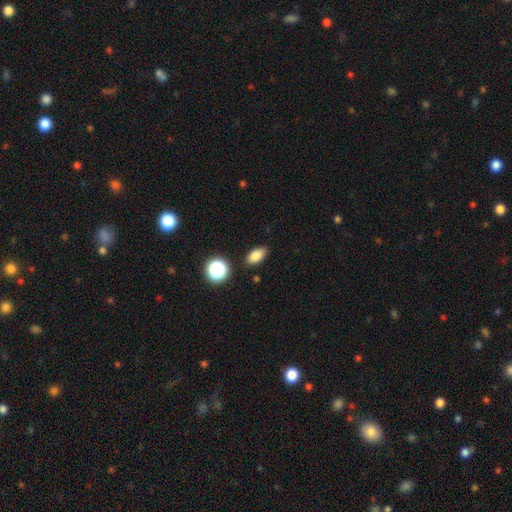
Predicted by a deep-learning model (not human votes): Smooth or featured? smooth (83%)
How rounded? in between (87%)
Merging? none (85%)